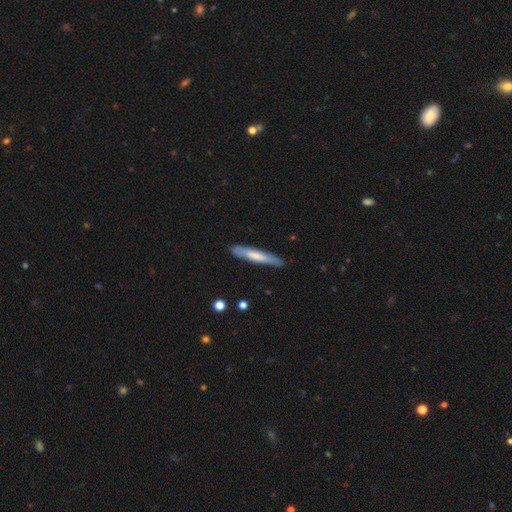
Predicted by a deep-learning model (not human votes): Smooth or featured? Predicted: smooth (p=0.64). How rounded? Predicted: cigar-shaped (p=0.92). Merging? Predicted: none (p=0.85).